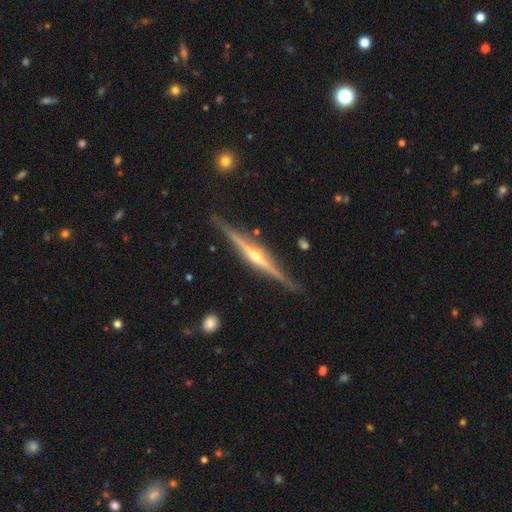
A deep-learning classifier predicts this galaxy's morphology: featured or disk 88%, smooth 8%, star or artifact 5%. Down the decision tree: edge-on disk — yes (98%); edge-on bulge — rounded (87%); merging — none (87%).